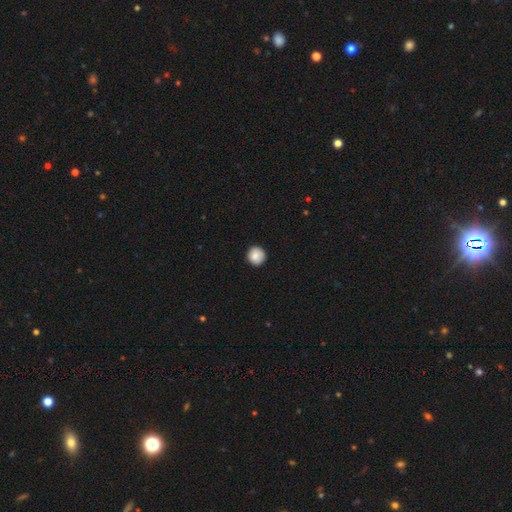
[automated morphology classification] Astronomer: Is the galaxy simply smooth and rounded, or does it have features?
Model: smooth — 82%.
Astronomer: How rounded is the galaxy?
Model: round — 93%.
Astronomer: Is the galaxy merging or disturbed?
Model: none — 88%.